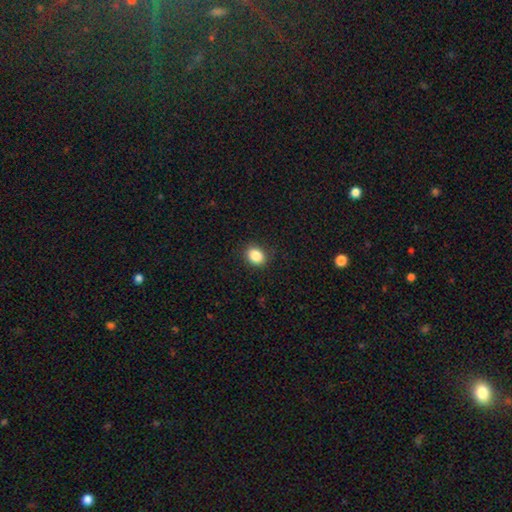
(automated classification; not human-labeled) Q: Smooth or featured?
A: smooth (86%); runner-up: star or artifact (9%)
Q: How rounded?
A: in between (52%); runner-up: round (47%)
Q: Merging?
A: none (87%); runner-up: minor disturbance (9%)